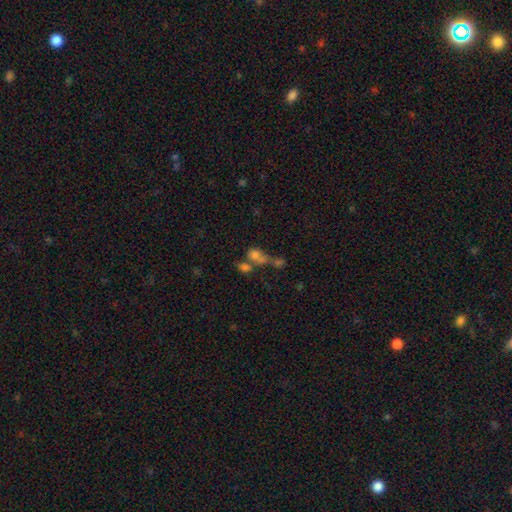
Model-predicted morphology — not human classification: Smooth or featured? Predicted: smooth (p=0.64). How rounded? Predicted: in between (p=0.51). Merging? Predicted: merger (p=0.60).